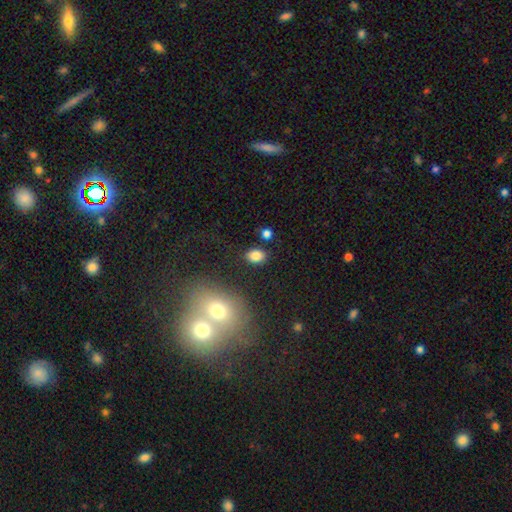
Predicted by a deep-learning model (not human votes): smooth 84%, star or artifact 10%, featured or disk 5%. Down the decision tree: how rounded — in between (72%); merging — none (82%).